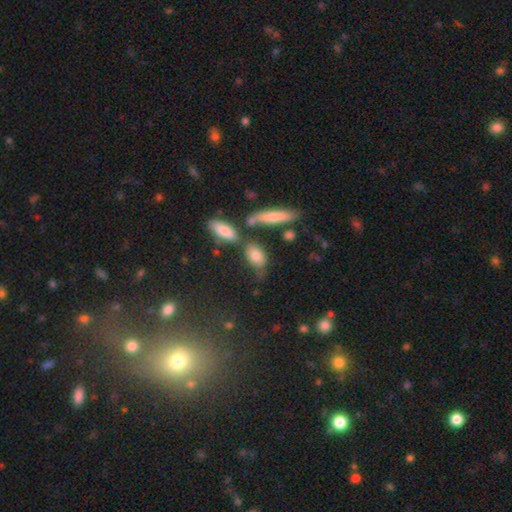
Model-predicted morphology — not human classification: This appears to be a smooth galaxy with no disk features (75%) that is in between round and cigar-shaped (78%). Merging: none (51%).